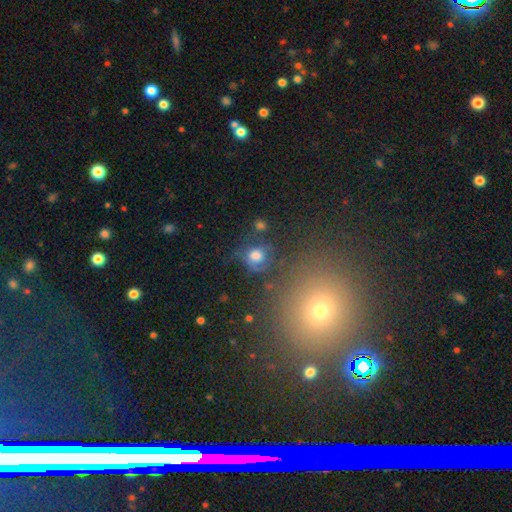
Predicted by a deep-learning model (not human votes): This appears to be a smooth galaxy with no disk features (60%) that is round (78%). Merging: none (48%).